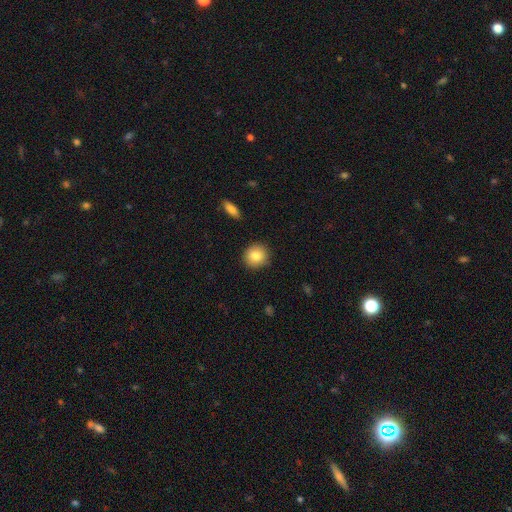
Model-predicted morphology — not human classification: Q: Smooth or featured?
A: smooth (83%); runner-up: star or artifact (8%)
Q: How rounded?
A: round (88%); runner-up: in between (11%)
Q: Merging?
A: none (88%); runner-up: minor disturbance (8%)